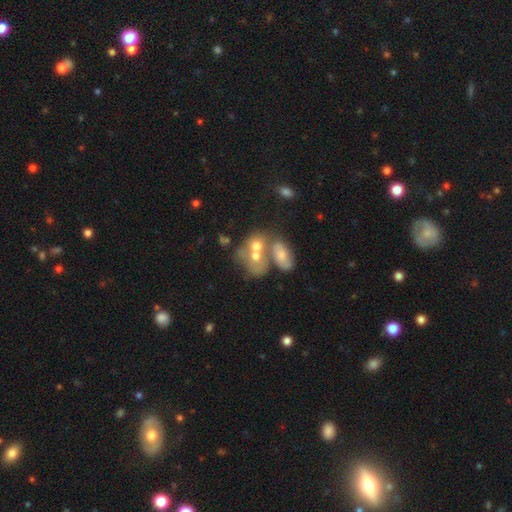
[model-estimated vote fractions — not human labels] smooth_or_featured: smooth (p=0.57) [alt: featured or disk p=0.32]
how_rounded: in between (p=0.64) [alt: round p=0.34]
merging: merger (p=0.66) [alt: none p=0.18]